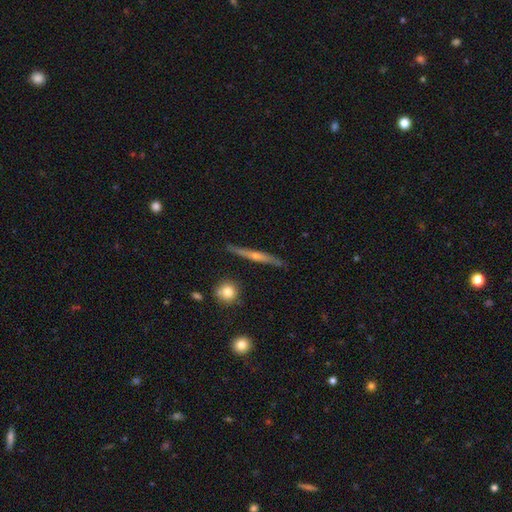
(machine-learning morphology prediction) type=featured or disk (64%); edge-on=yes (96%); edge-on bulge=rounded (64%); merging=none (86%).